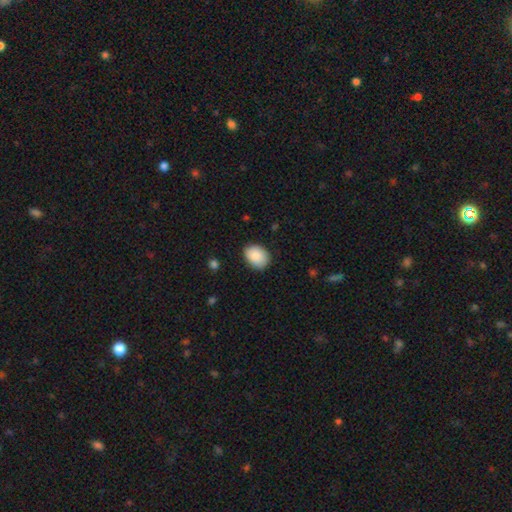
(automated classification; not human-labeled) Morphology: type=smooth (88%); roundness=in between (69%); merging=none (83%).